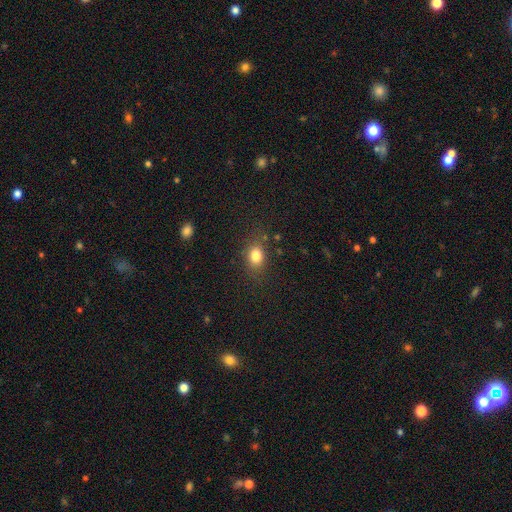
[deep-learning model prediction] smooth 81%, star or artifact 11%, featured or disk 7%. Down the decision tree: how rounded — in between (63%); merging — none (78%).